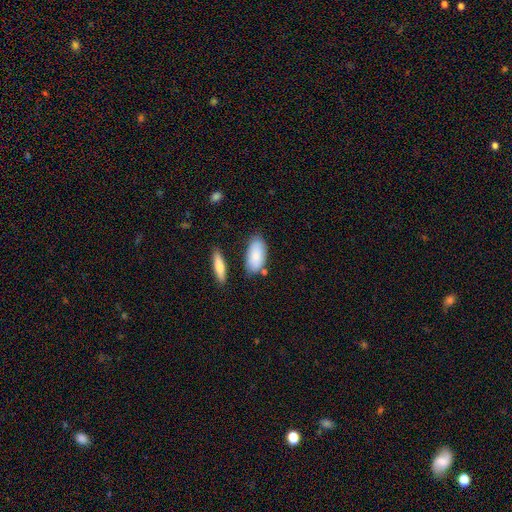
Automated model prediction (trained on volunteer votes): Q: Smooth or featured?
A: smooth (84%); runner-up: featured or disk (10%)
Q: How rounded?
A: in between (90%); runner-up: cigar-shaped (7%)
Q: Merging?
A: none (70%); runner-up: minor disturbance (17%)